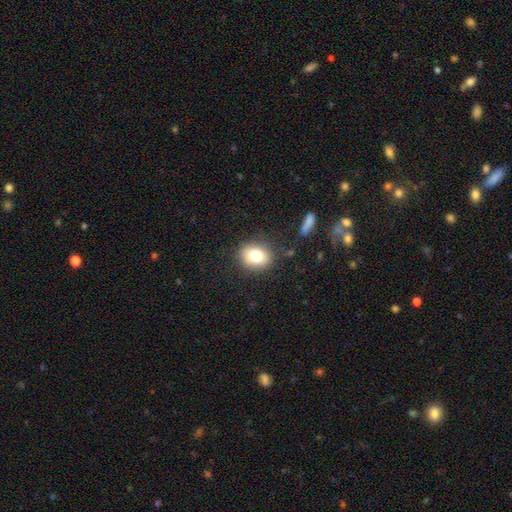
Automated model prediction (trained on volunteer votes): The model was most divided on "how rounded": round: 54%, in between: 45%, cigar-shaped: 1%. More confident: merging — none (83%); smooth or featured — smooth (78%).